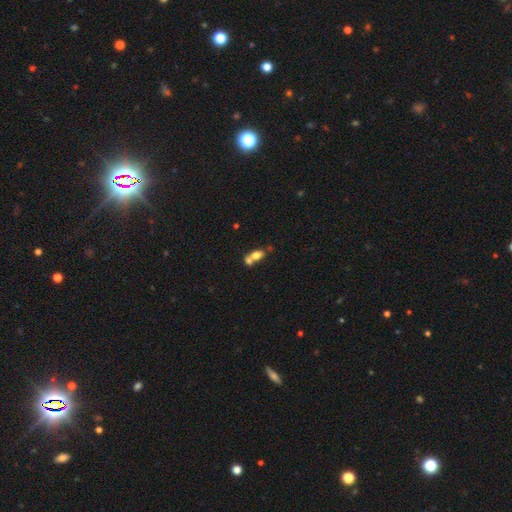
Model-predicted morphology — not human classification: Smooth or featured? smooth (71%)
How rounded? in between (76%)
Merging? merger (60%)